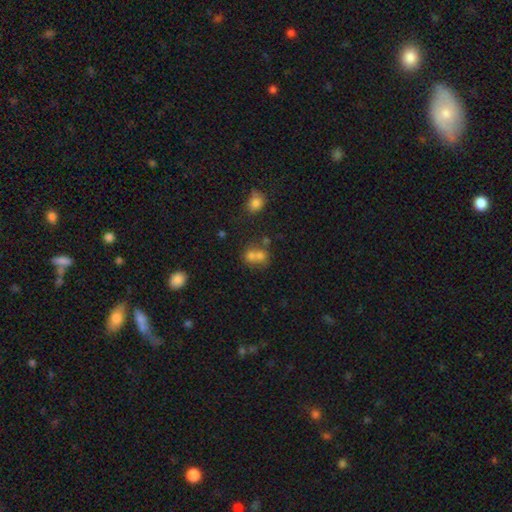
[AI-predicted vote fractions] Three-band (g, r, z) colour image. It shows a smooth galaxy with no disk features (68%) that is round (65%). Merging: merger (61%).